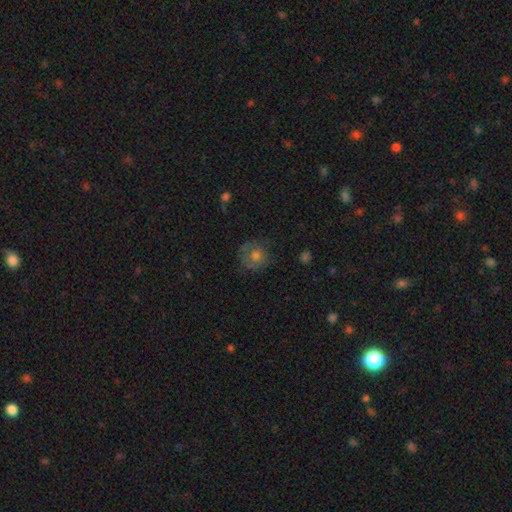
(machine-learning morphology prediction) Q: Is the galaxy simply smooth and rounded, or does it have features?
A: smooth — 60%.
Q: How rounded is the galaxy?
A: round — 89%.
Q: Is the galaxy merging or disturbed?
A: none — 73%.